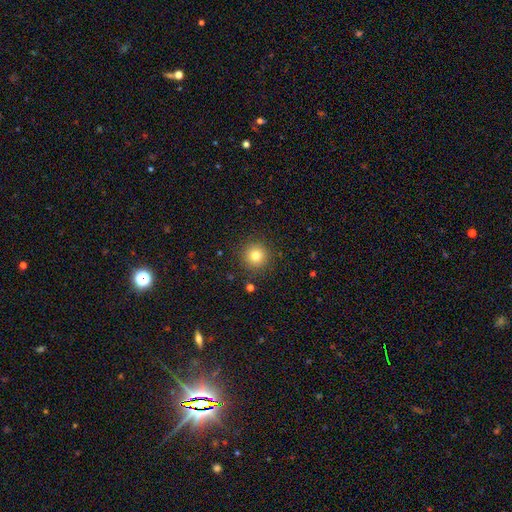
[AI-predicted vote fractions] This appears to be a smooth galaxy with no disk features (79%) that is round (95%). Merging: none (90%).